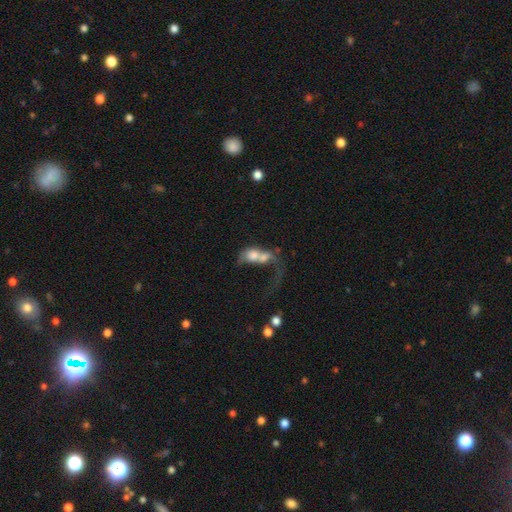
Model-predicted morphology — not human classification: Smooth or featured: smooth — 52% (featured or disk — 38%)
How rounded: in between — 63% (round — 32%)
Merging: merger — 65% (major disturbance — 22%)